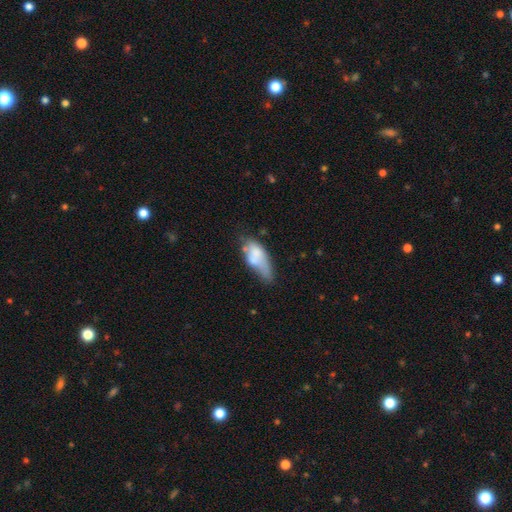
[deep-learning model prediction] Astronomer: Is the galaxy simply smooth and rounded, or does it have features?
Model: smooth — 64%.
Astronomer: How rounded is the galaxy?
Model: in between — 82%.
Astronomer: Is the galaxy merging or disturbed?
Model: minor disturbance — 30% (runner-up: major disturbance, 26%).